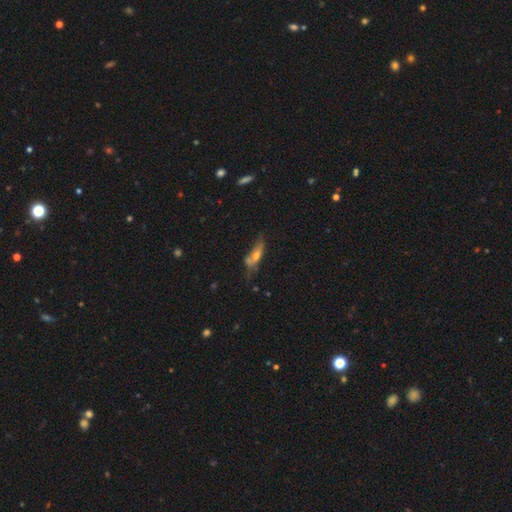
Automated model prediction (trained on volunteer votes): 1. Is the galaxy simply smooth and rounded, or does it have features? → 46% smooth, 43% featured or disk, 10% star or artifact.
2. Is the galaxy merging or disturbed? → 42% none, 27% minor disturbance, 16% major disturbance, 15% merger.